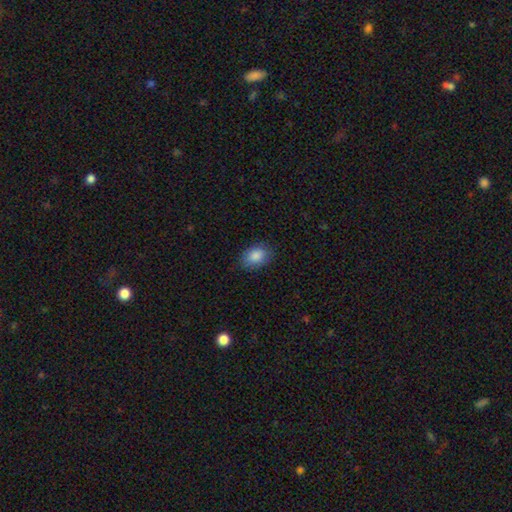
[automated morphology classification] A smooth galaxy with no disk features (88%) that is in between round and cigar-shaped (81%).

Vote fractions:
- Smooth or featured? smooth: 88% / star or artifact: 7% / featured or disk: 5%
- How rounded? in between: 81% / round: 18% / cigar-shaped: 1%
- Merging? none: 83% / minor disturbance: 13% / major disturbance: 3% / merger: 1%